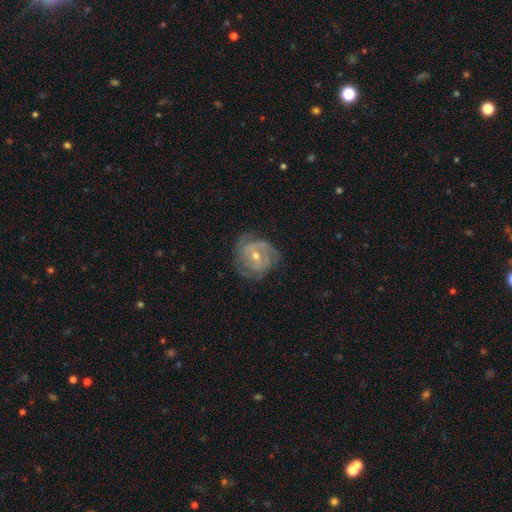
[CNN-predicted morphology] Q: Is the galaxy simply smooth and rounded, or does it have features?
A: featured or disk — 83%.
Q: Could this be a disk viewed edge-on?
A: no — 97%.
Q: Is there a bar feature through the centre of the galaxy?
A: no — 52%.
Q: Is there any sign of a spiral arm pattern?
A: yes — 94%.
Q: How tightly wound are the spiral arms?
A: tight — 64%.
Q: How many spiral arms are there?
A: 3 — 32%.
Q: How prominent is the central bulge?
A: moderate — 54%.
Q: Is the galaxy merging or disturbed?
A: none — 74%.